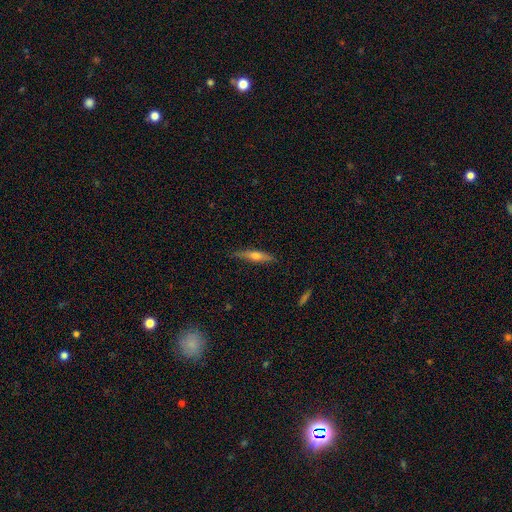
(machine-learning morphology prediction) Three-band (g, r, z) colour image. It shows a featured or disk galaxy (57%) viewed edge-on (95%) with a rounded central bulge (87%). Merging: none (84%).